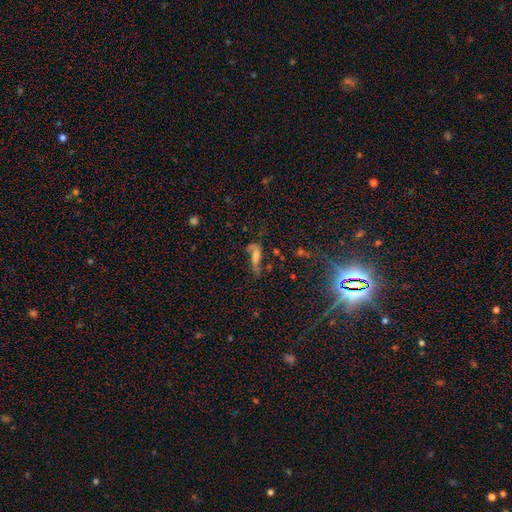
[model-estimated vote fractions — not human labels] This appears to be a smooth galaxy with no disk features (54%) that is in between round and cigar-shaped (48%, tied with cigar-shaped). Merging: none (32%).